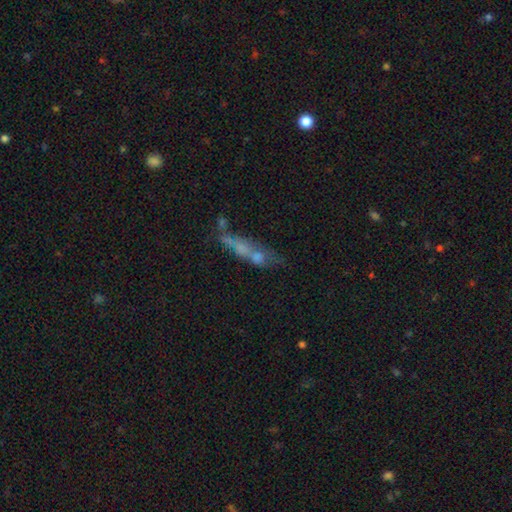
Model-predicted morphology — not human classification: Smooth or featured? featured or disk (43%)
Merging? none (36%)